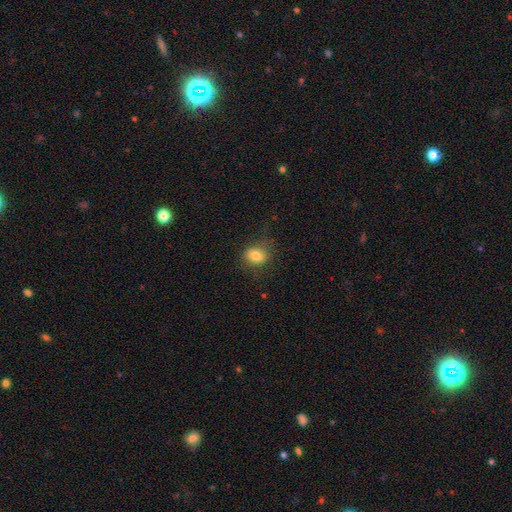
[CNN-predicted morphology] Smooth or featured?
  - smooth: 80% *
  - star or artifact: 10%
  - featured or disk: 10%
How rounded?
  - in between: 56% *
  - round: 43%
  - cigar-shaped: 1%
Merging?
  - none: 73% *
  - minor disturbance: 19%
  - major disturbance: 7%
  - merger: 1%